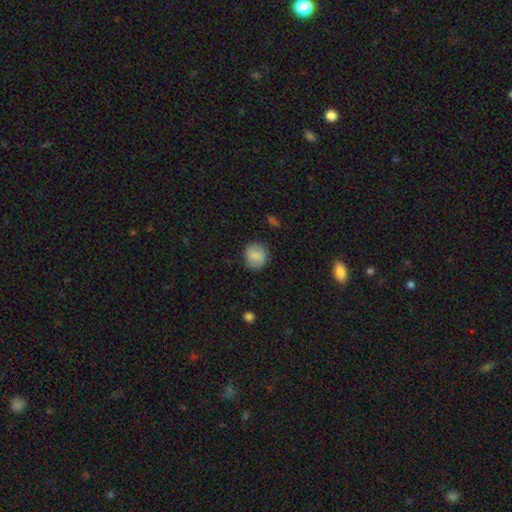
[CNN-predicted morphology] The model was most divided on "smooth or featured": smooth: 75%, featured or disk: 17%, star or artifact: 8%. More confident: how rounded — round (83%); merging — none (81%).